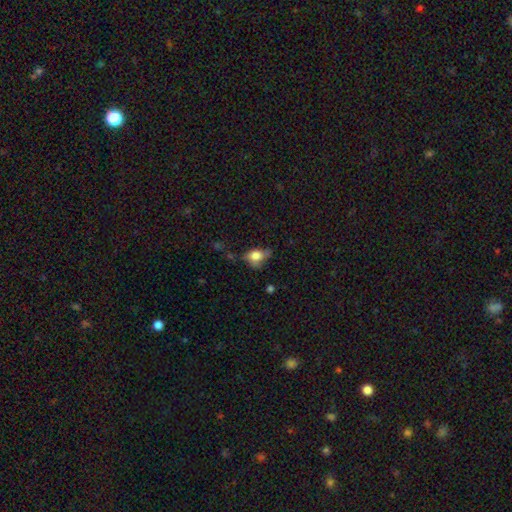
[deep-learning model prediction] smooth 74%, featured or disk 16%, star or artifact 10%. Down the decision tree: how rounded — in between (66%); merging — none (39%).